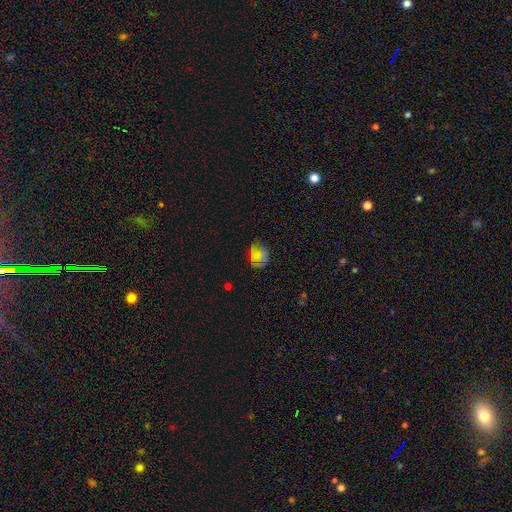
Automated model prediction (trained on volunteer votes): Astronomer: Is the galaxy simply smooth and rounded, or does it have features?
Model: smooth — 50%.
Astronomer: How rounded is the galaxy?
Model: round — 59% (runner-up: in between, 39%).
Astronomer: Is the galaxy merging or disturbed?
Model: none — 69%.